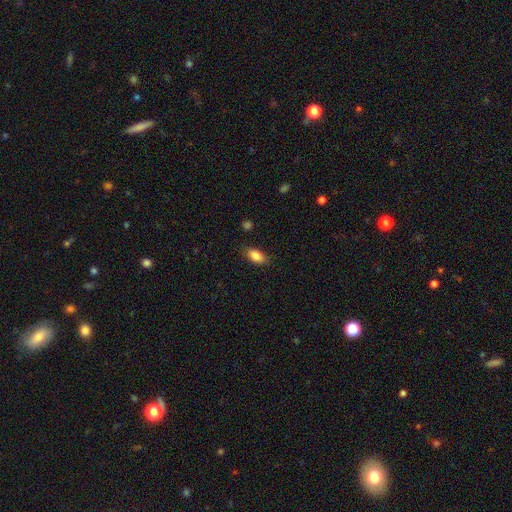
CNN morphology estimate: A smooth galaxy with no disk features (86%) that is in between round and cigar-shaped (89%). Merging: none (84%).